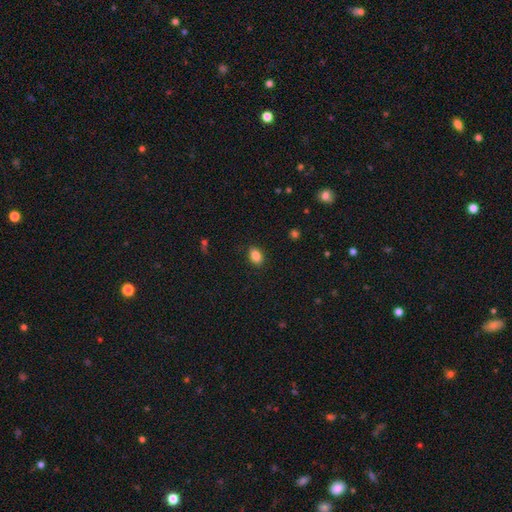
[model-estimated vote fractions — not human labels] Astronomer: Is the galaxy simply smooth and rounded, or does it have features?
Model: smooth — 86%.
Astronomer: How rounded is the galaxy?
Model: in between — 84%.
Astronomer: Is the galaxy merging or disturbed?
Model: none — 86%.